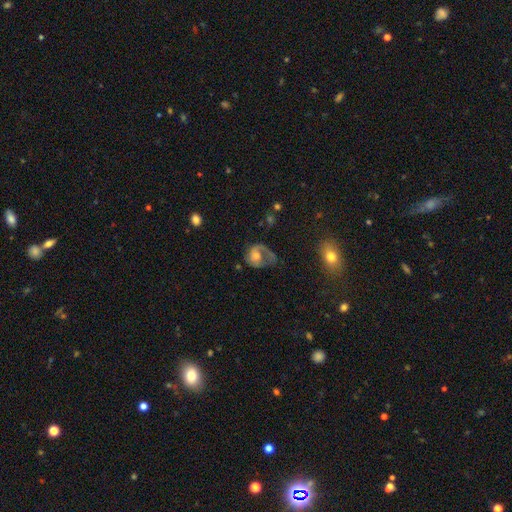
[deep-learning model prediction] featured or disk 58%, smooth 35%, star or artifact 8%. Down the decision tree: edge-on disk — no (97%); bar — no (75%); spiral arms — yes (75%); bulge size — moderate (59%); merging — major disturbance (44%).